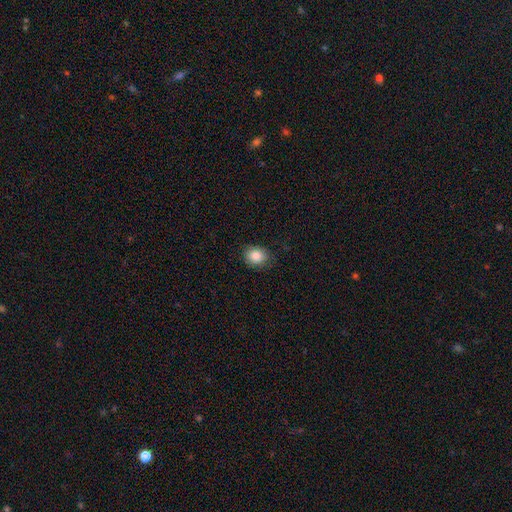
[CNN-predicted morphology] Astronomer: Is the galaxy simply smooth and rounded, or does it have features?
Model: smooth — 86%.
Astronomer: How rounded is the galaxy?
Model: round — 63%.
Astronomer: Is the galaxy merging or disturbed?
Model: none — 81%.